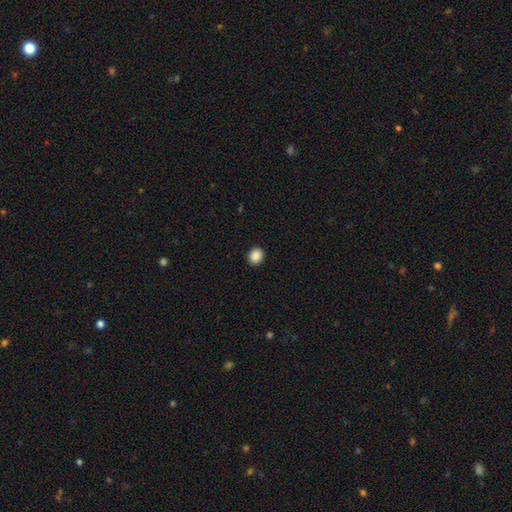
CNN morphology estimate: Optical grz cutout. It shows a smooth galaxy with no disk features (88%) that is round (71%). Merging: none (92%).